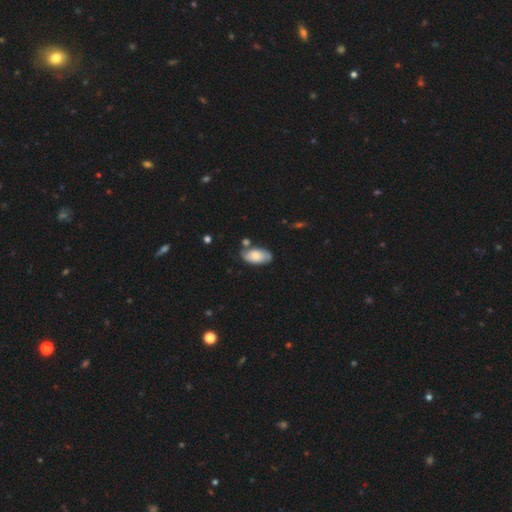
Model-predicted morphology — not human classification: Smooth or featured? Predicted: smooth (p=0.73). How rounded? Predicted: in between (p=0.94). Merging? Predicted: none (p=0.68).